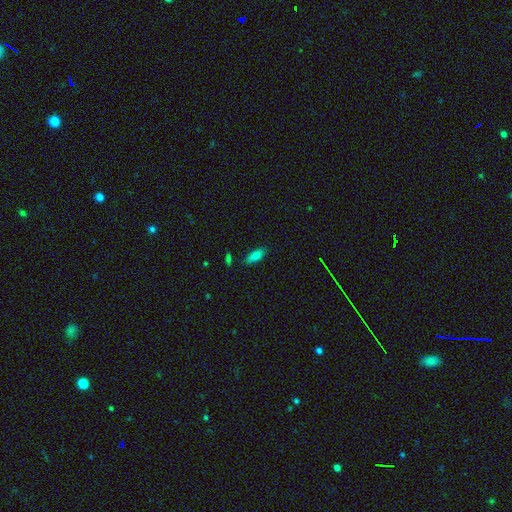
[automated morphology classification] Smooth or featured? smooth (81%)
How rounded? in between (73%)
Merging? none (83%)